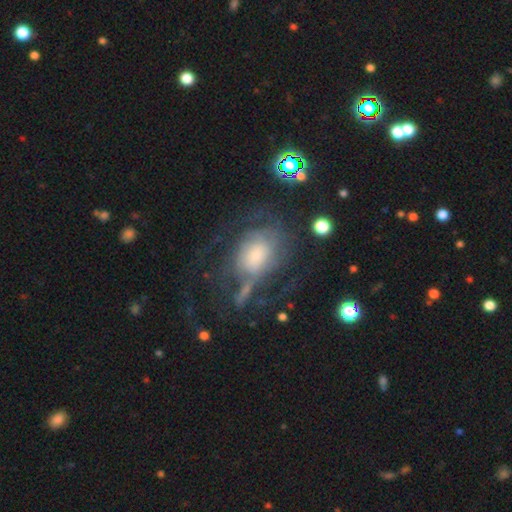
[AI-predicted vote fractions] Smooth or featured?
  - featured or disk: 60% *
  - smooth: 28%
  - star or artifact: 11%
Edge-on disk?
  - no: 95% *
  - yes: 5%
Bar?
  - no: 70% *
  - weak: 24%
  - strong: 7%
Spiral arms?
  - yes: 74% *
  - no: 26%
Bulge size?
  - large: 33% *
  - moderate: 30%
  - small: 22%
  - none: 10%
  - dominant: 6%
Merging?
  - none: 40% *
  - major disturbance: 35%
  - minor disturbance: 20%
  - merger: 6%